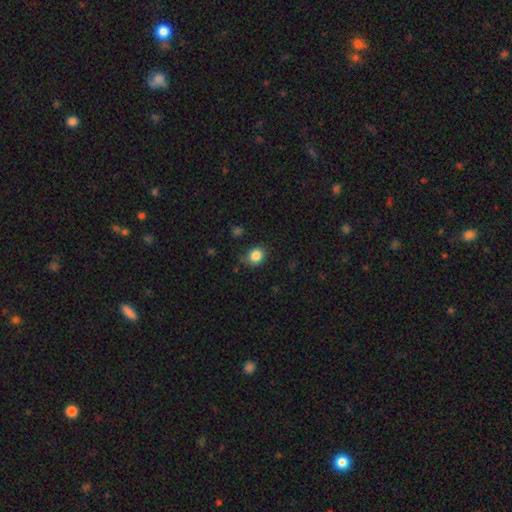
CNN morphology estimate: Smooth or featured?
  - smooth: 85% *
  - star or artifact: 10%
  - featured or disk: 5%
How rounded?
  - round: 63% *
  - in between: 36%
  - cigar-shaped: 1%
Merging?
  - none: 80% *
  - minor disturbance: 15%
  - major disturbance: 3%
  - merger: 2%